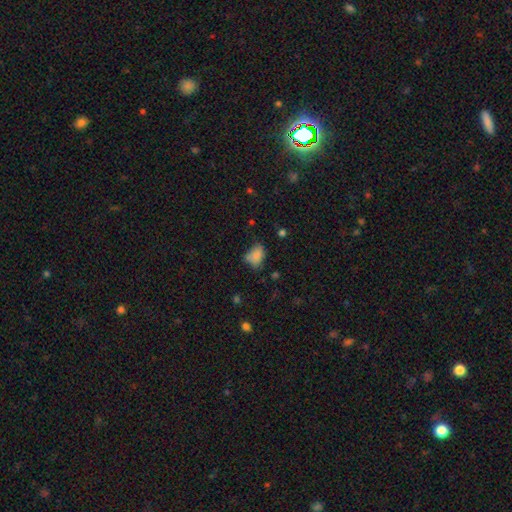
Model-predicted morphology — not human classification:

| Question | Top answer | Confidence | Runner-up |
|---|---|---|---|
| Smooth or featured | smooth | 78% | star or artifact (12%) |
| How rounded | in between | 80% | round (19%) |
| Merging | none | 46% | minor disturbance (34%) |